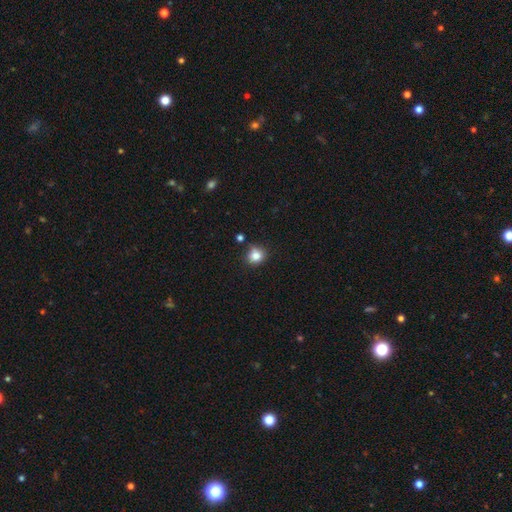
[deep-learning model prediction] Smooth or featured?
  - smooth: 82% *
  - star or artifact: 11%
  - featured or disk: 6%
How rounded?
  - round: 82% *
  - in between: 17%
  - cigar-shaped: 1%
Merging?
  - none: 74% *
  - minor disturbance: 16%
  - merger: 6%
  - major disturbance: 4%